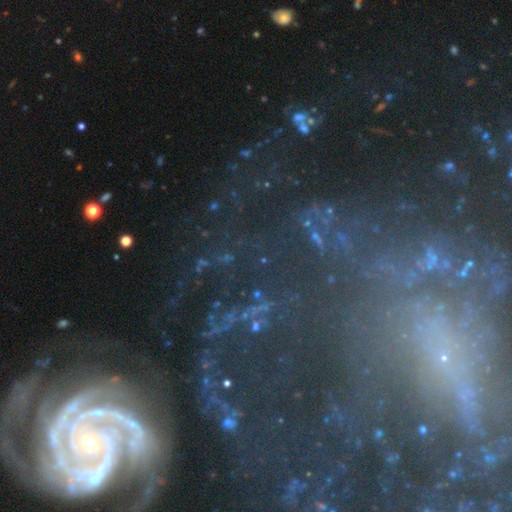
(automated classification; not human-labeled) Q: Smooth or featured?
A: star or artifact (48%); runner-up: featured or disk (39%)